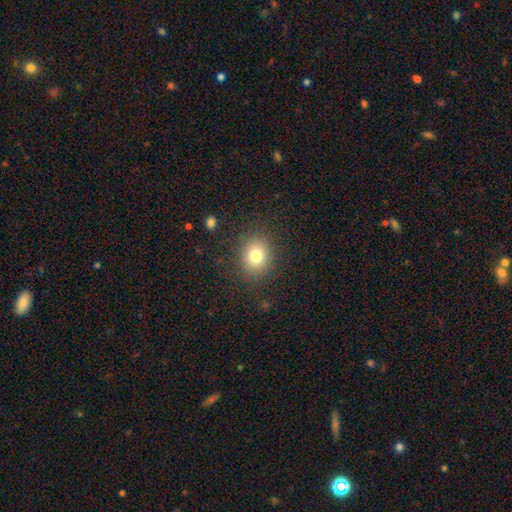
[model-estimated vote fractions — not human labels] This is likely a smooth galaxy (79%). How rounded: likely round (62%). Merging: clearly none (86%).